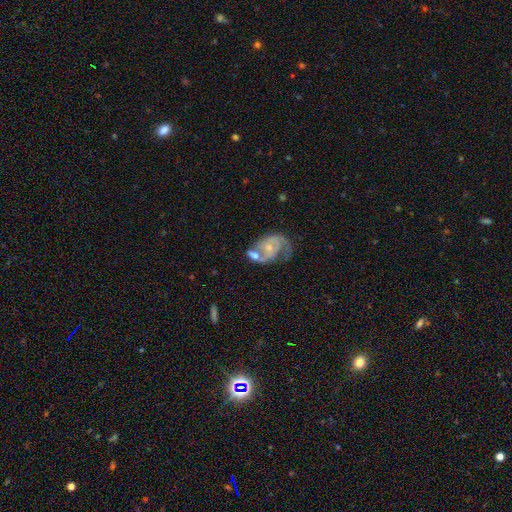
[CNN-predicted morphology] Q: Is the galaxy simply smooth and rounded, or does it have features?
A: featured or disk — 77%.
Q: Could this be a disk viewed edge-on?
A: no — 97%.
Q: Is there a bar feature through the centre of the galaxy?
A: no — 63%.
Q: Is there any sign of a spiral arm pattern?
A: yes — 91%.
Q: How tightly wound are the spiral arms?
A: medium — 46%.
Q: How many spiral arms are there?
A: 2 — 54%.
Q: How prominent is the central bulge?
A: small — 64%.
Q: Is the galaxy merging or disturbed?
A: none — 43%.